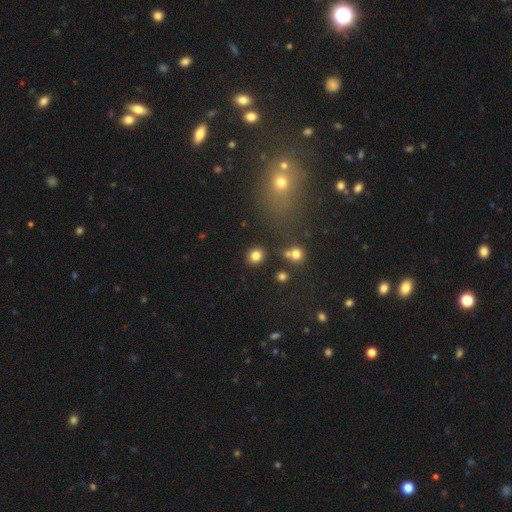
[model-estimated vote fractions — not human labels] Smooth or featured? Predicted: smooth (p=0.81). How rounded? Predicted: round (p=0.74). Merging? Predicted: none (p=0.86).